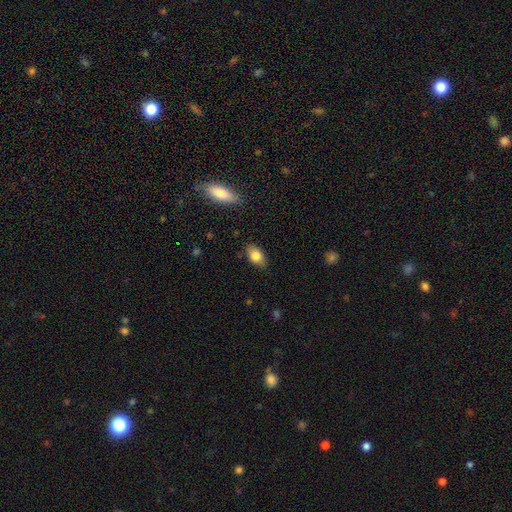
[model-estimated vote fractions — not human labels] A smooth galaxy with no disk features (79%) that is in between round and cigar-shaped (87%). Merging: none (82%).